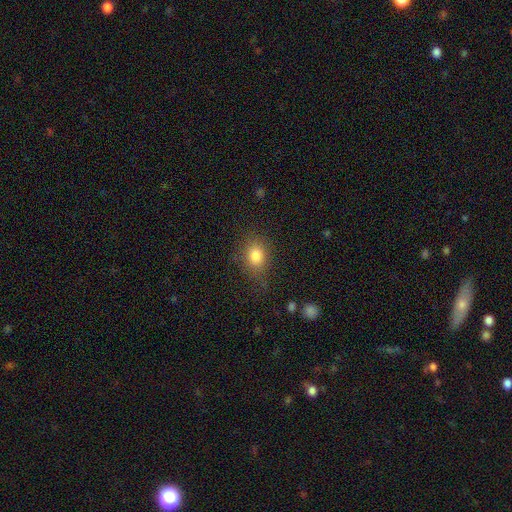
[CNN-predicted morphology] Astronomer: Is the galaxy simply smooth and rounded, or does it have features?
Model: smooth — 81%.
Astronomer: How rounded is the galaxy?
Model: in between — 50% (runner-up: round, 48%).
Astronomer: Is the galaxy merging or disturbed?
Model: none — 72%.